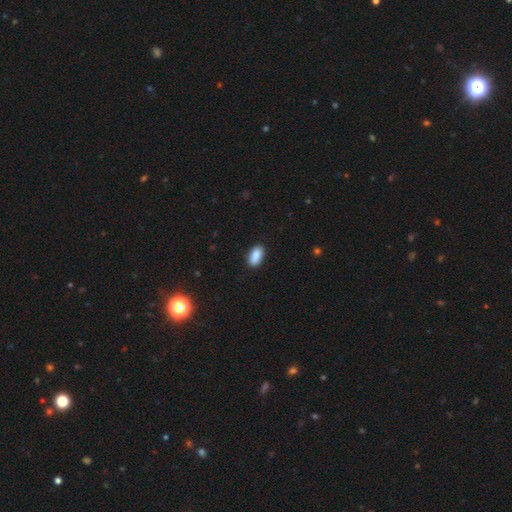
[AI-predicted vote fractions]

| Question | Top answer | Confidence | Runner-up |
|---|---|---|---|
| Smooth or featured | smooth | 89% | star or artifact (7%) |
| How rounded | in between | 91% | cigar-shaped (6%) |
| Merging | none | 88% | minor disturbance (9%) |